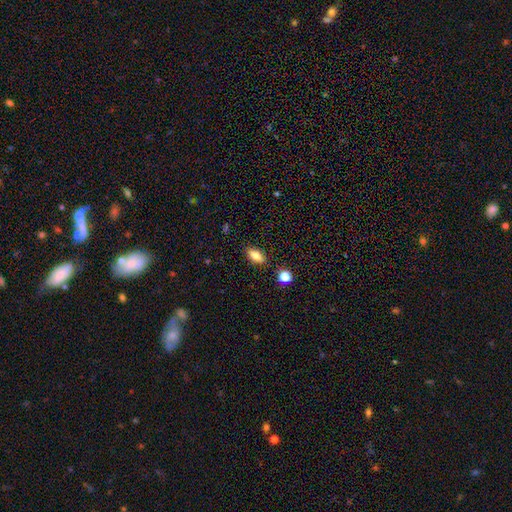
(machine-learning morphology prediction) The model was most divided on "how rounded": in between: 81%, cigar-shaped: 15%, round: 5%. More confident: merging — none (86%); smooth or featured — smooth (80%).